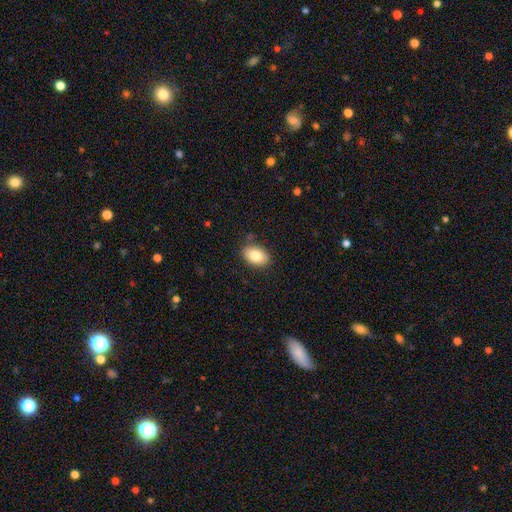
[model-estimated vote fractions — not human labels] This is clearly a smooth galaxy (82%). How rounded: clearly in between (83%). Merging: clearly none (85%).